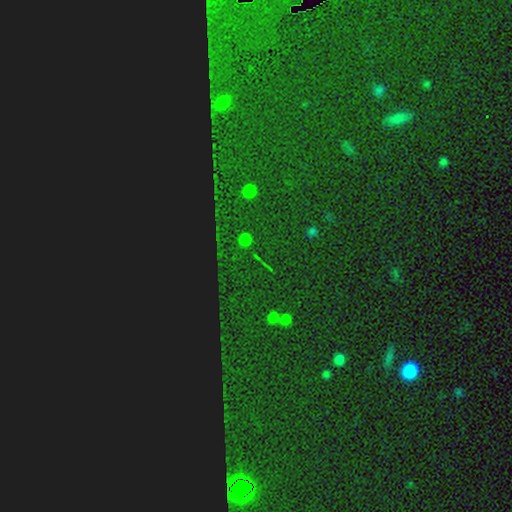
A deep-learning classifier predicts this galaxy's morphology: The model was most divided on "smooth or featured": star or artifact: 84%, smooth: 9%, featured or disk: 7%.